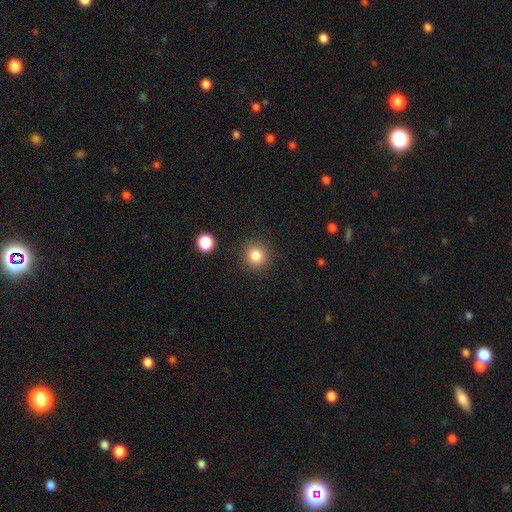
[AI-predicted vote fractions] A smooth galaxy with no disk features (84%) that is round (91%). Merging: none (89%).